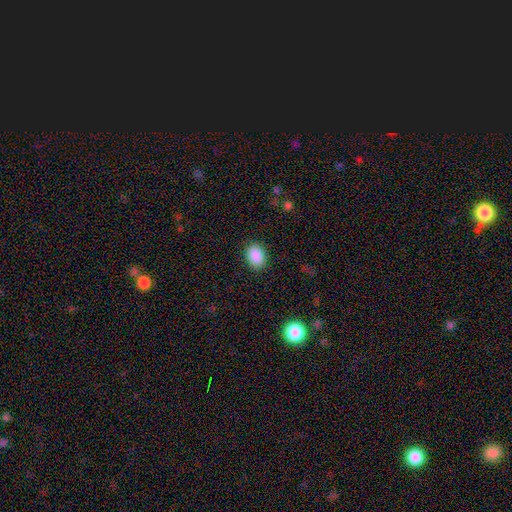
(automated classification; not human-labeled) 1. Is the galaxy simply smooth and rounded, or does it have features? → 90% smooth, 7% star or artifact, 3% featured or disk.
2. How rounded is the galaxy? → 76% in between, 23% round, 1% cigar-shaped.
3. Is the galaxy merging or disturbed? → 88% none, 8% minor disturbance, 2% major disturbance, 1% merger.